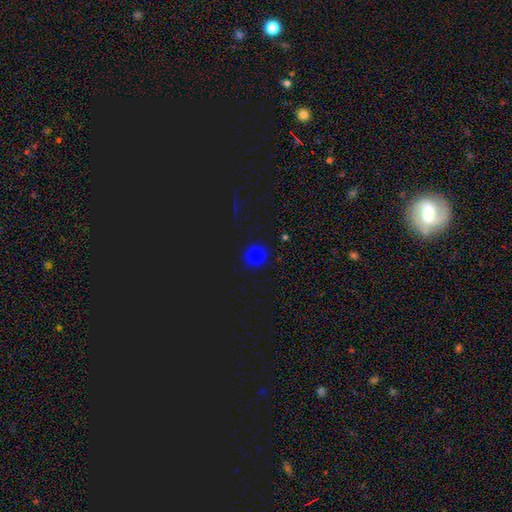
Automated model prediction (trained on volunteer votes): Smooth or featured: smooth — 76% (star or artifact — 21%)
How rounded: round — 90% (in between — 9%)
Merging: none — 90% (minor disturbance — 6%)